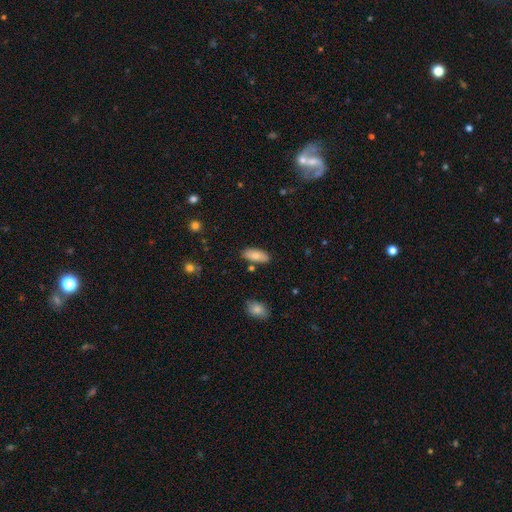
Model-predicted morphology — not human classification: A smooth galaxy with no disk features (80%) that is in between round and cigar-shaped (85%). Merging: none (82%).